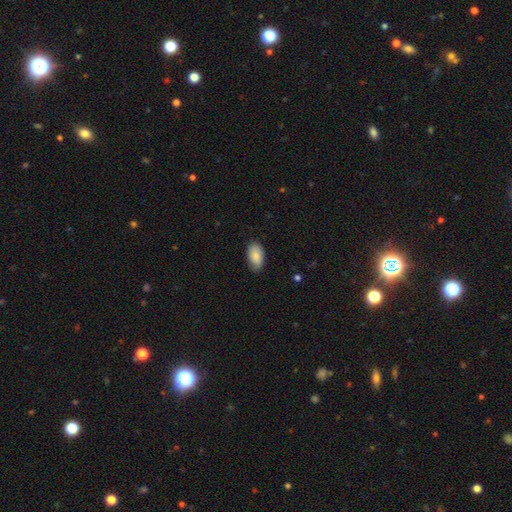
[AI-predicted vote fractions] This appears to be a smooth galaxy with no disk features (83%) that is in between round and cigar-shaped (94%). Merging: none (77%).